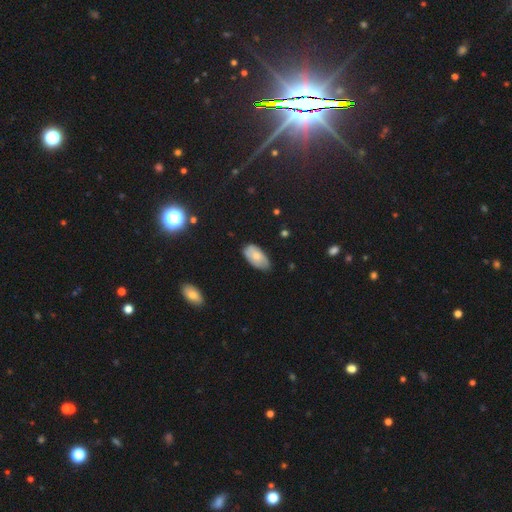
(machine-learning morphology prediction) smooth_or_featured: smooth (p=0.70) [alt: featured or disk p=0.23]
how_rounded: in between (p=0.95) [alt: round p=0.03]
merging: none (p=0.66) [alt: minor disturbance p=0.29]